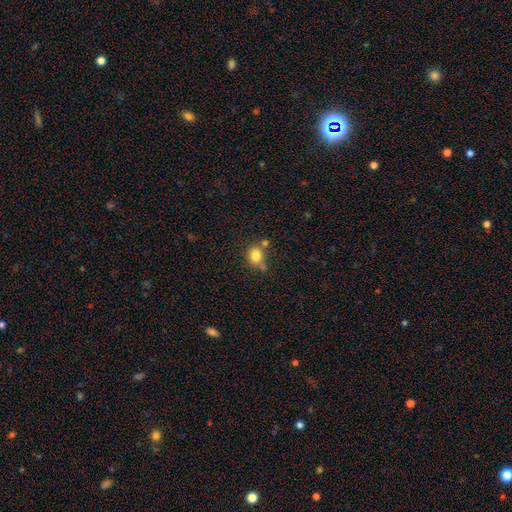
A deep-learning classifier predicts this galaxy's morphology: Q: Smooth or featured?
A: smooth (80%); runner-up: star or artifact (11%)
Q: How rounded?
A: round (58%); runner-up: in between (41%)
Q: Merging?
A: none (53%); runner-up: merger (22%)